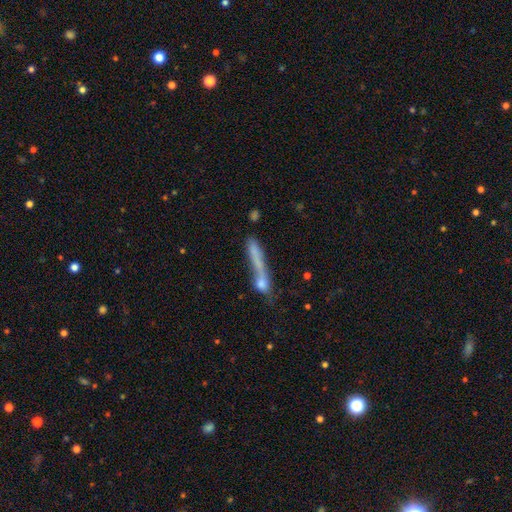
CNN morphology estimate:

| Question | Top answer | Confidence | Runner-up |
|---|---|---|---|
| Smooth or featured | smooth | 61% | featured or disk (29%) |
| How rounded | cigar-shaped | 83% | in between (13%) |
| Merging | merger | 42% | none (28%) |